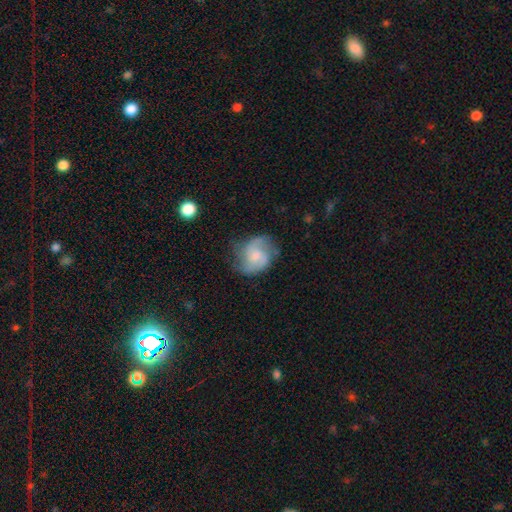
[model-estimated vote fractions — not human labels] featured or disk 62%, smooth 31%, star or artifact 7%. Down the decision tree: edge-on disk — no (98%); bar — no (56%); spiral arms — yes (90%); spiral arm count — 2 (70%); spiral winding — medium (49%); bulge size — small (43%); merging — none (61%).